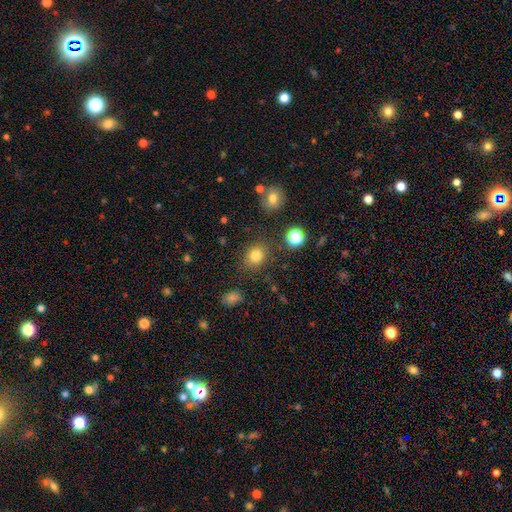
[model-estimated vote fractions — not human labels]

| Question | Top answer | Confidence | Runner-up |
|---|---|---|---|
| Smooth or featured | smooth | 81% | star or artifact (13%) |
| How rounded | round | 62% | in between (37%) |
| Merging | none | 80% | minor disturbance (11%) |